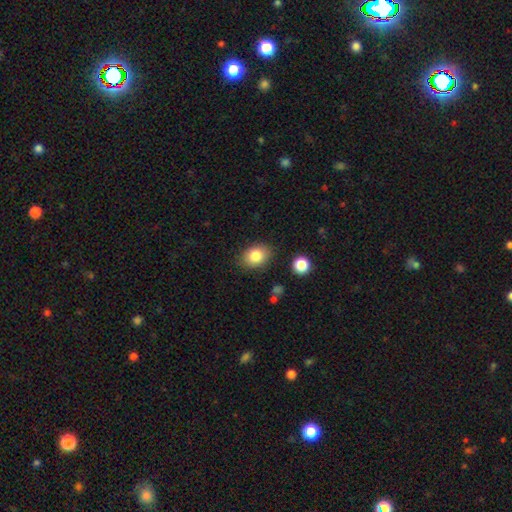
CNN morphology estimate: Smooth or featured? smooth (83%)
How rounded? in between (67%)
Merging? none (82%)